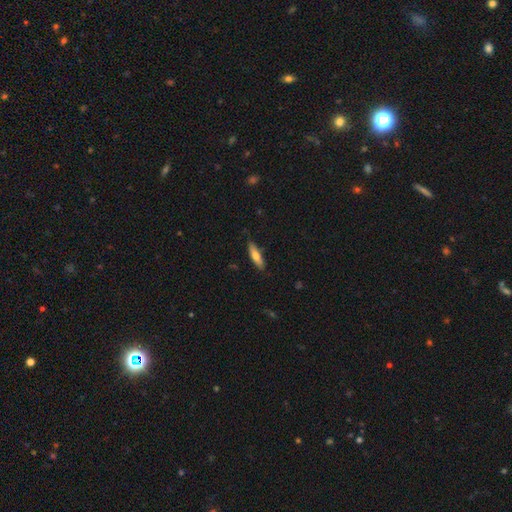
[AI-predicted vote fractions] Overall: smooth (64%; featured or disk 30%). How rounded: cigar-shaped (70%). Merging: none (84%).